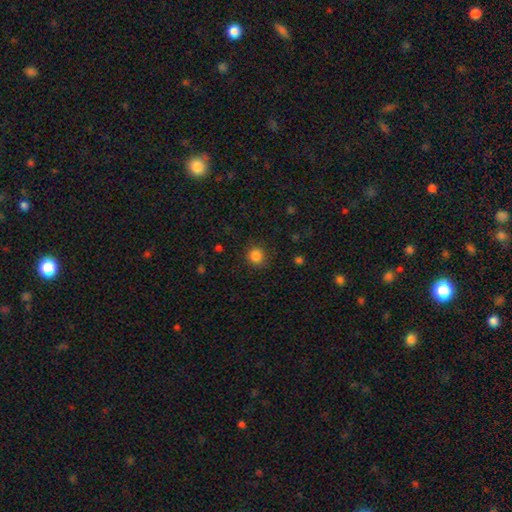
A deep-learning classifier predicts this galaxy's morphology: smooth-or-featured: smooth: 85% | star or artifact: 11% | featured or disk: 4%
  how-rounded: round: 89% | in between: 10% | cigar-shaped: 1%
  merging: none: 87% | minor disturbance: 9% | major disturbance: 3% | merger: 1%